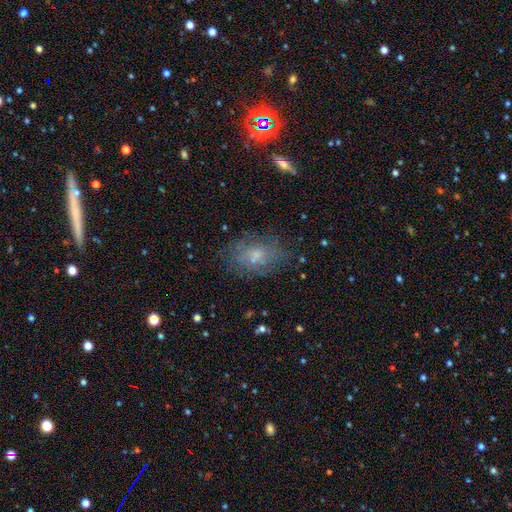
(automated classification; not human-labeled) This is possibly a smooth galaxy (52%). How rounded: likely in between (79%). Merging: likely none (66%).